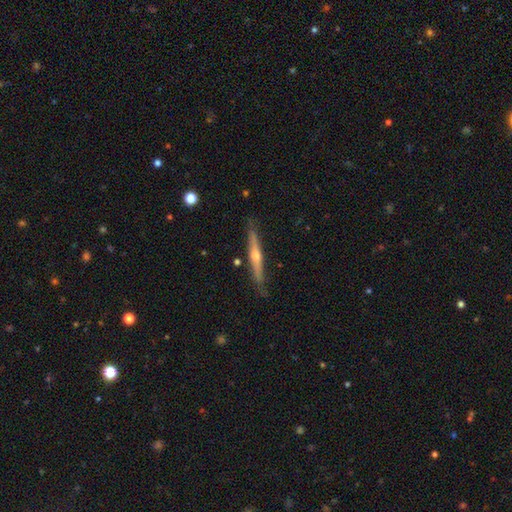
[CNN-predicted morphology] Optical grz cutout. It shows a featured or disk galaxy (69%) viewed edge-on (97%) with a rounded central bulge (84%). Merging: none (86%).